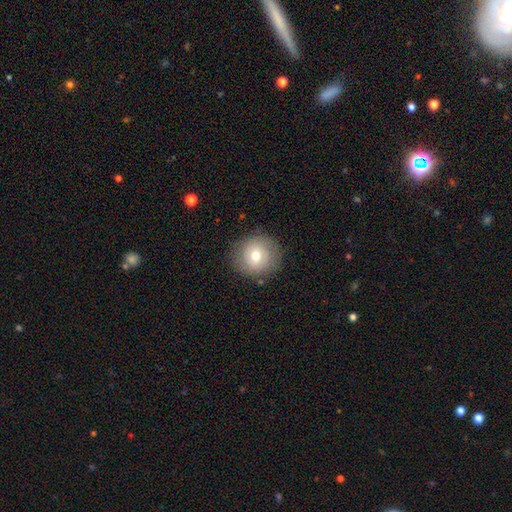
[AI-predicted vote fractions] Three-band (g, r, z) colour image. It shows a smooth galaxy with no disk features (72%) that is round (93%). Merging: none (85%).